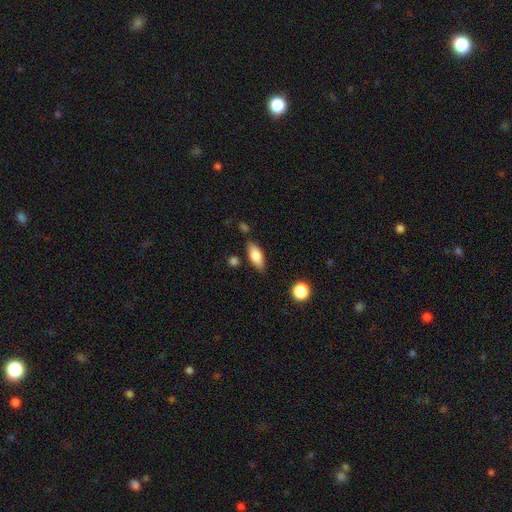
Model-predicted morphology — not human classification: smooth-or-featured: smooth: 77% | featured or disk: 16% | star or artifact: 7%
  how-rounded: in between: 78% | cigar-shaped: 19% | round: 3%
  merging: none: 79% | minor disturbance: 14% | merger: 4% | major disturbance: 3%